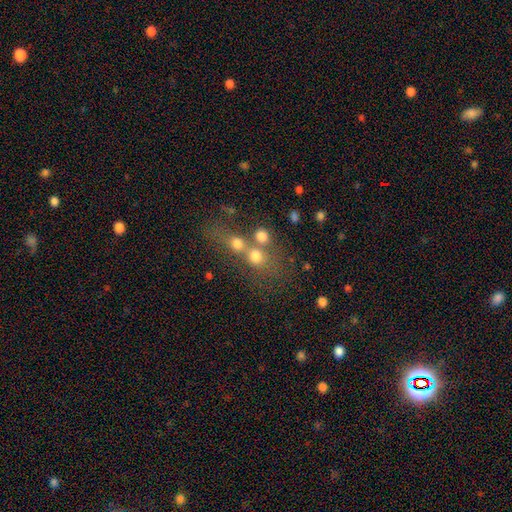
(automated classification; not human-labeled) Morphology: type=smooth (64%); roundness=round (73%); merging=merger (52%).